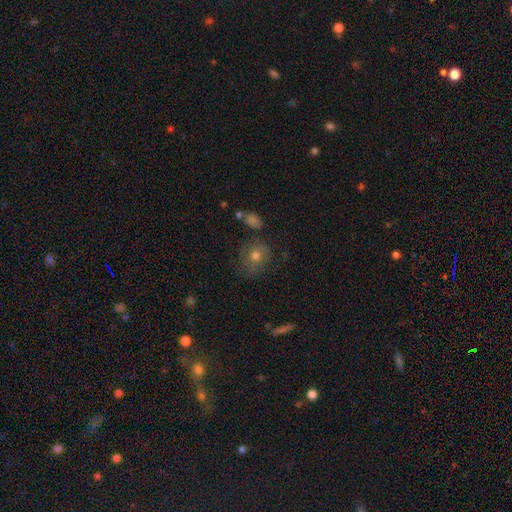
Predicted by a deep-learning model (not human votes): Smooth or featured?
  - smooth: 56% *
  - featured or disk: 28%
  - star or artifact: 16%
How rounded?
  - round: 76% *
  - in between: 23%
  - cigar-shaped: 1%
Merging?
  - none: 72% *
  - minor disturbance: 18%
  - major disturbance: 8%
  - merger: 3%